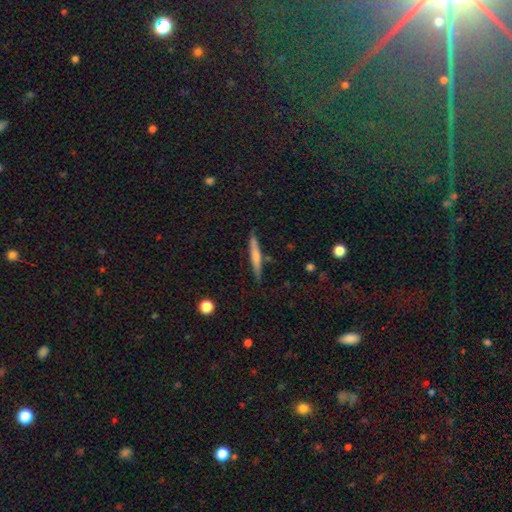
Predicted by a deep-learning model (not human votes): The model was most divided on "smooth or featured": smooth: 57%, featured or disk: 37%, star or artifact: 6%. More confident: how rounded — cigar-shaped (94%); merging — none (84%).